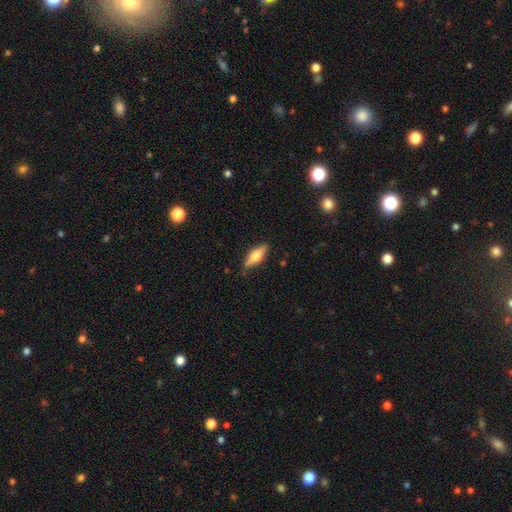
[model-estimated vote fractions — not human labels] smooth-or-featured: featured or disk: 50% | smooth: 44% | star or artifact: 6%
  merging: none: 86% | minor disturbance: 11% | major disturbance: 2% | merger: 1%